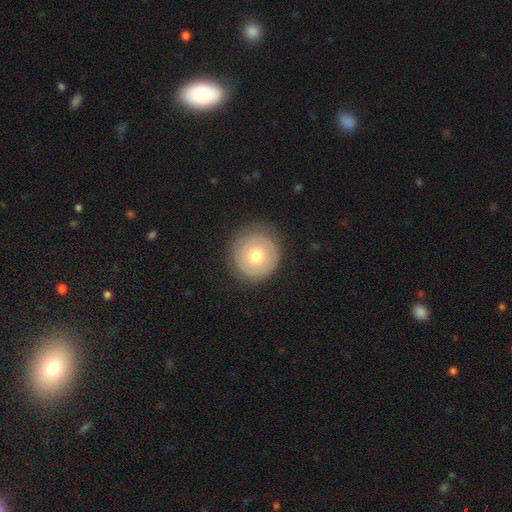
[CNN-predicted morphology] This is possibly a smooth galaxy (51%). How rounded: clearly round (92%). Merging: clearly none (81%).